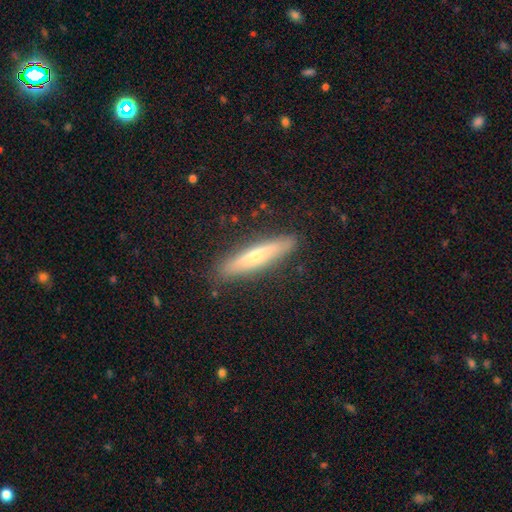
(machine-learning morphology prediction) smooth_or_featured: featured or disk (p=0.54) [alt: smooth p=0.39]
disk_edge_on: yes (p=0.90) [alt: no p=0.10]
merging: none (p=0.87) [alt: minor disturbance p=0.09]